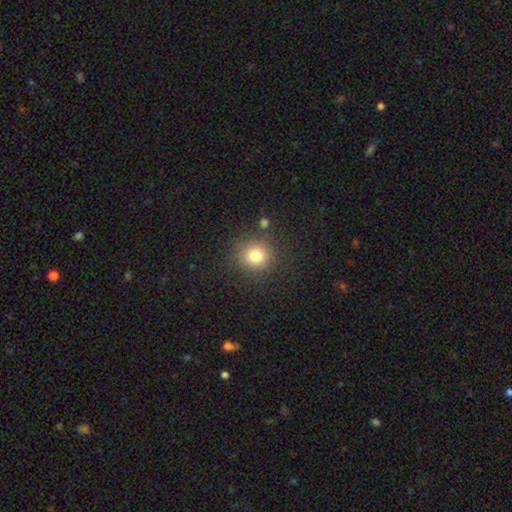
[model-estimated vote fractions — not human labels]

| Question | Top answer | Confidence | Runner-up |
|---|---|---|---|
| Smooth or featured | smooth | 79% | star or artifact (13%) |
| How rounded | round | 89% | in between (10%) |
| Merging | none | 83% | minor disturbance (9%) |